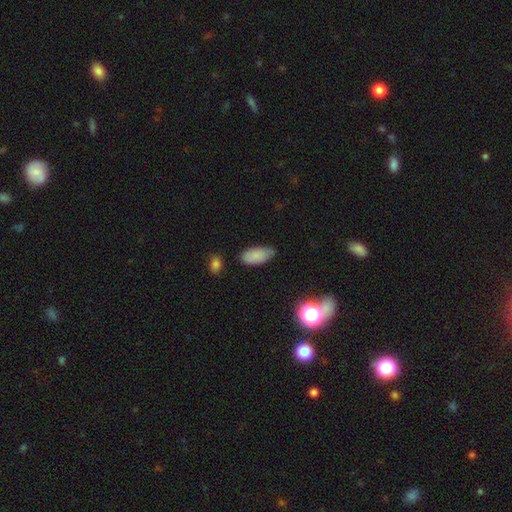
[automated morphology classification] smooth-or-featured: smooth: 83% | star or artifact: 9% | featured or disk: 8%
  how-rounded: in between: 91% | cigar-shaped: 6% | round: 3%
  merging: none: 65% | minor disturbance: 28% | major disturbance: 5% | merger: 2%